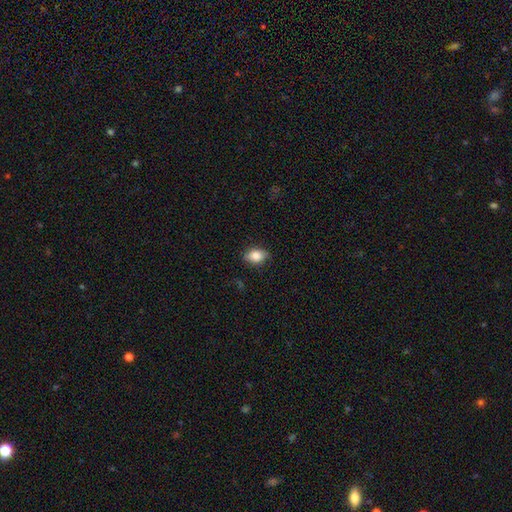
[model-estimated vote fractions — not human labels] A smooth galaxy with no disk features (82%) that is in between round and cigar-shaped (81%). Merging: none (84%).